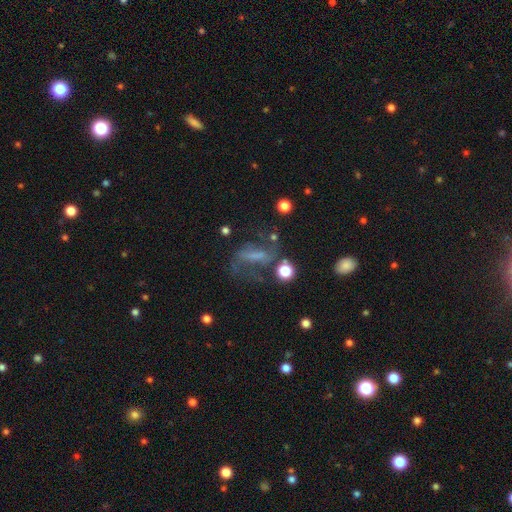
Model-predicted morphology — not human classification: Overall: featured or disk (50%; smooth 29%). Edge-on disk: no (89%). Merging: none (44%; major disturbance 30%).